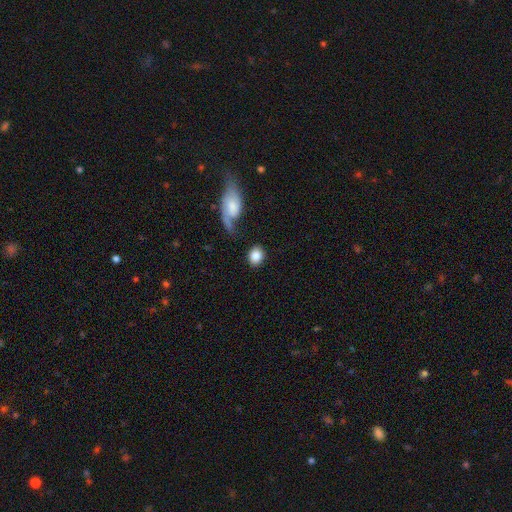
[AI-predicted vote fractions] A smooth galaxy with no disk features (84%) that is round (58%). Merging: none (75%).